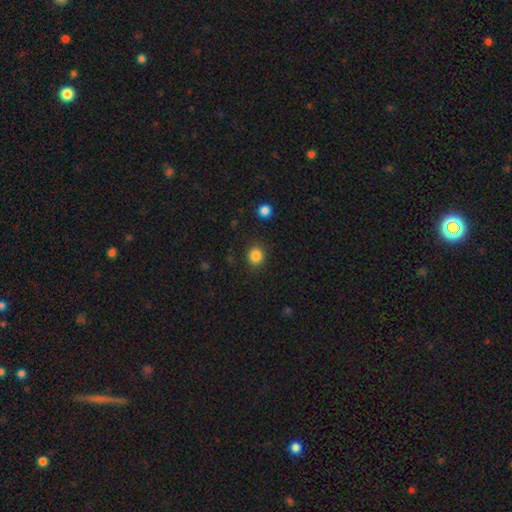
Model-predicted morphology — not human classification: A smooth galaxy with no disk features (85%) that is round (80%).

Vote fractions:
- Smooth or featured? smooth: 85% / star or artifact: 11% / featured or disk: 4%
- How rounded? round: 80% / in between: 19% / cigar-shaped: 1%
- Merging? none: 89% / minor disturbance: 7% / major disturbance: 3% / merger: 1%